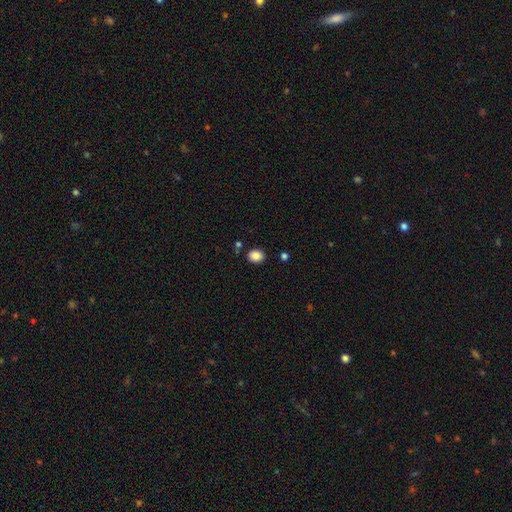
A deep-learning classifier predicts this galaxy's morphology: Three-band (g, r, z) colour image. It shows a smooth galaxy with no disk features (86%) that is round (55%). Merging: none (84%).